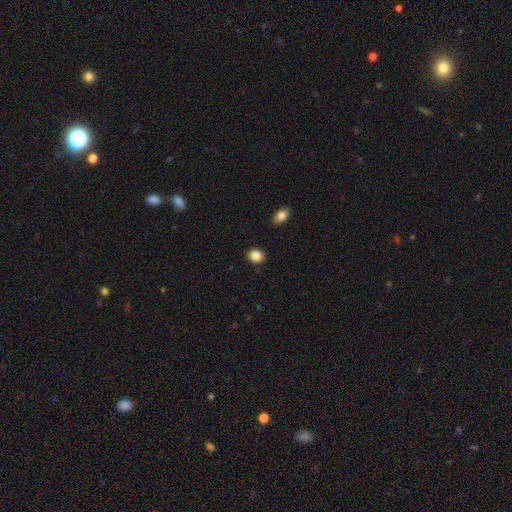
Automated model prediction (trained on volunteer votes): Smooth or featured? smooth (86%)
How rounded? round (67%)
Merging? none (89%)